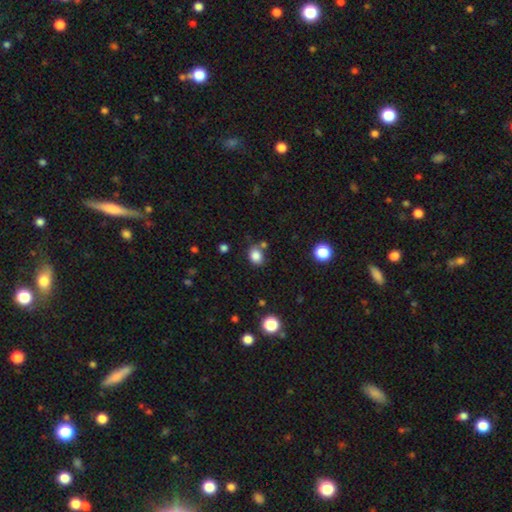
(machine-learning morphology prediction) This appears to be a smooth galaxy with no disk features (84%) that is in between round and cigar-shaped (52%). Merging: none (73%).